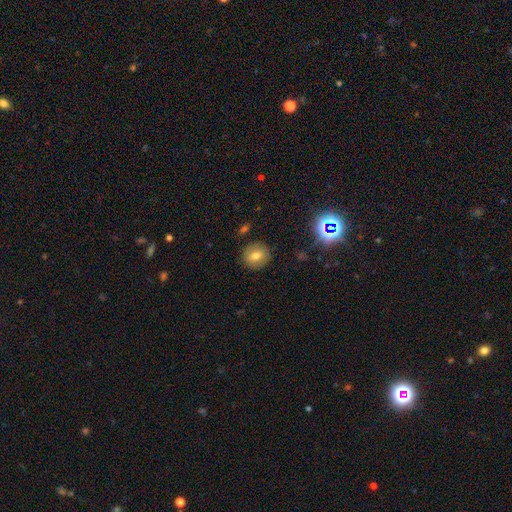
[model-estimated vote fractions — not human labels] A smooth galaxy with no disk features (70%) that is round (77%). Merging: none (86%).